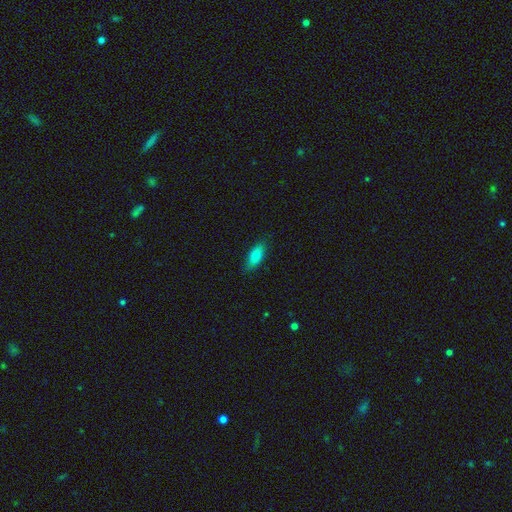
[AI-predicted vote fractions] smooth-or-featured: smooth: 81% | featured or disk: 11% | star or artifact: 7%
  how-rounded: in between: 76% | cigar-shaped: 21% | round: 2%
  merging: none: 83% | minor disturbance: 14% | major disturbance: 2% | merger: 1%